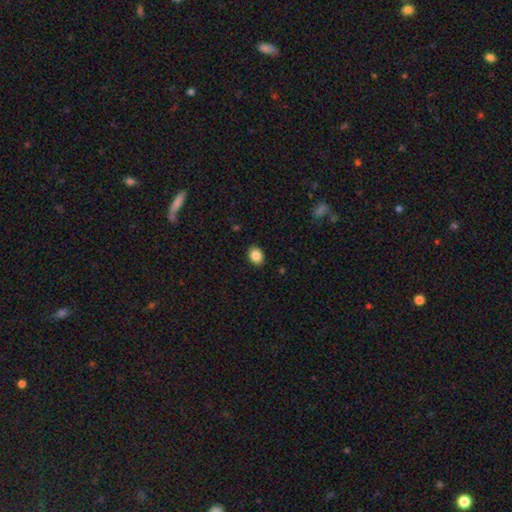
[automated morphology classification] Overall: smooth (86%). How rounded: in between (61%; round 38%). Merging: none (89%).